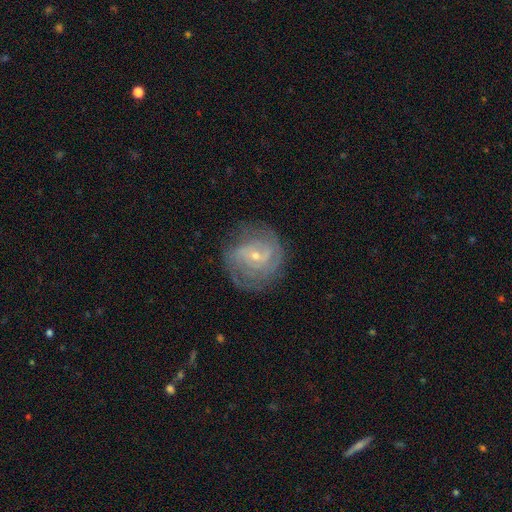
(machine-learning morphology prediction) Q: Smooth or featured?
A: featured or disk (81%); runner-up: smooth (12%)
Q: Edge-on disk?
A: no (97%); runner-up: yes (3%)
Q: Bar?
A: no (48%); runner-up: weak (41%)
Q: Spiral arms?
A: yes (92%); runner-up: no (8%)
Q: Spiral winding?
A: tight (58%); runner-up: medium (33%)
Q: Spiral arm count?
A: 2 (33%); runner-up: can't tell (32%)
Q: Bulge size?
A: small (70%); runner-up: moderate (27%)
Q: Merging?
A: none (73%); runner-up: minor disturbance (17%)